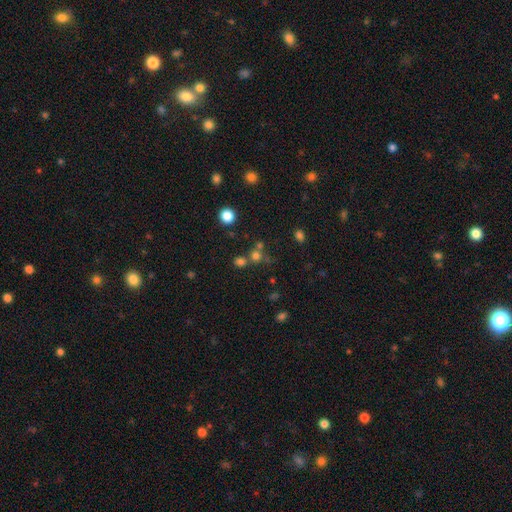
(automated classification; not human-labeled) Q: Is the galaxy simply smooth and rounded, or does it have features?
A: smooth — 67%.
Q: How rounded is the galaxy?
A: round — 88%.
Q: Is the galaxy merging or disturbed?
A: none — 53%.